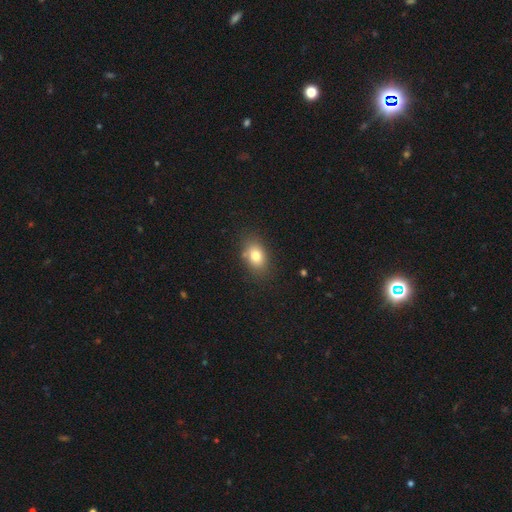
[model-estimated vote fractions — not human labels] Q: Smooth or featured?
A: smooth (80%); runner-up: featured or disk (10%)
Q: How rounded?
A: in between (77%); runner-up: round (22%)
Q: Merging?
A: none (78%); runner-up: minor disturbance (15%)